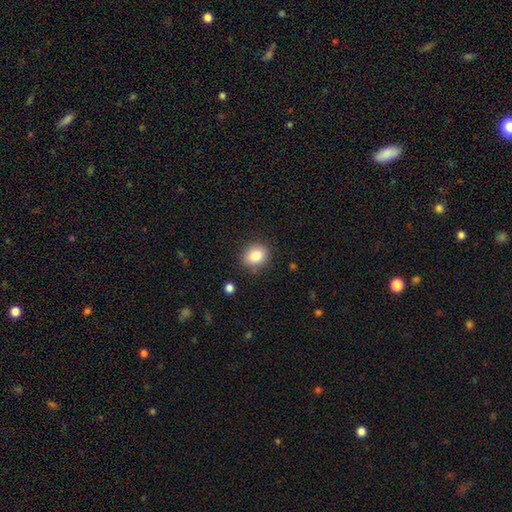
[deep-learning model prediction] Morphology: type=smooth (85%); roundness=round (54%); merging=none (85%).